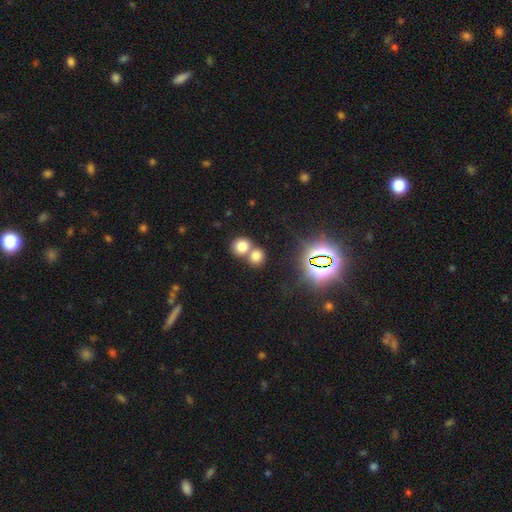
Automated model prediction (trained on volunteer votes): Smooth or featured? smooth (73%)
How rounded? round (79%)
Merging? merger (52%)